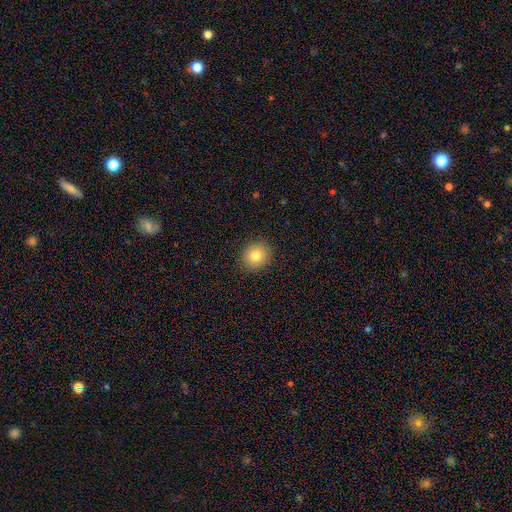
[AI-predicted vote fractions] Smooth or featured: smooth — 83% (star or artifact — 10%)
How rounded: round — 84% (in between — 15%)
Merging: none — 90% (minor disturbance — 7%)